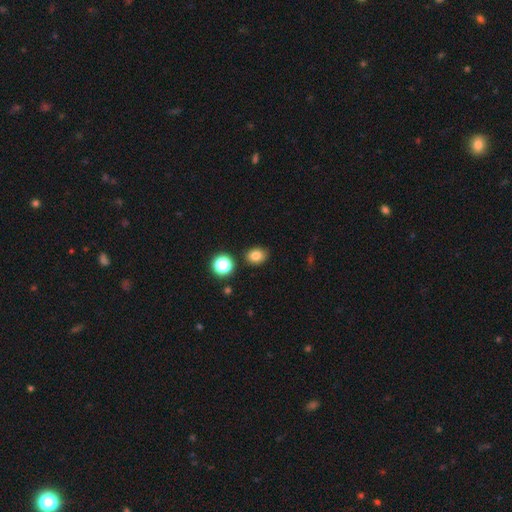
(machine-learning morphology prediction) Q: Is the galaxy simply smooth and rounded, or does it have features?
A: smooth — 80%.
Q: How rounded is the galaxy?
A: round — 53%.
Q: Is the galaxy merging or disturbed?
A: none — 84%.